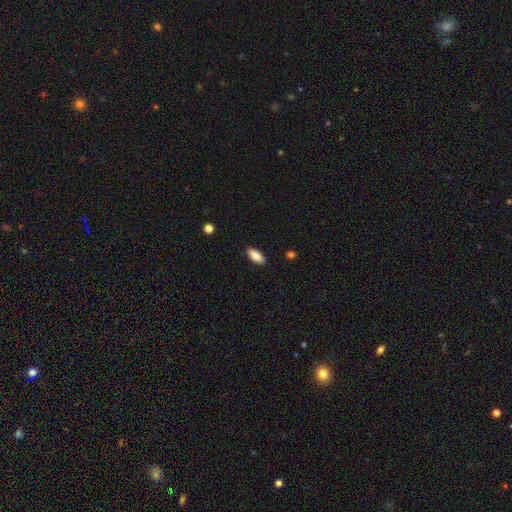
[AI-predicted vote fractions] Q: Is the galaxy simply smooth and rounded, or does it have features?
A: smooth — 84%.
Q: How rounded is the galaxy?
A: in between — 84%.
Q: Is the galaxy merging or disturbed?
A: none — 89%.